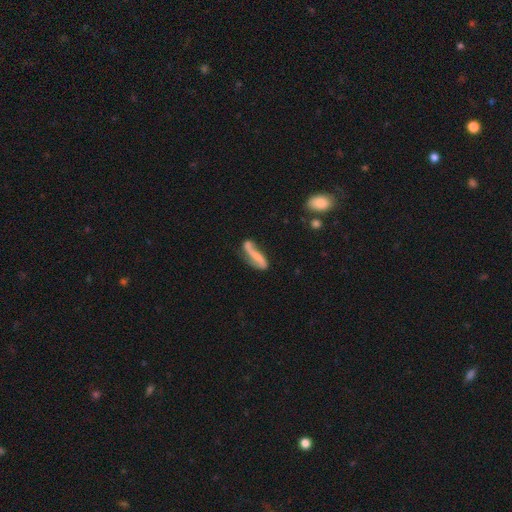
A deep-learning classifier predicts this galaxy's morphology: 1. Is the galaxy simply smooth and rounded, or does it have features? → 58% featured or disk, 35% smooth, 7% star or artifact.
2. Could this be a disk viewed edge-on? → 81% no, 19% yes.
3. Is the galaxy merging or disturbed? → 47% none, 26% minor disturbance, 16% major disturbance, 11% merger.